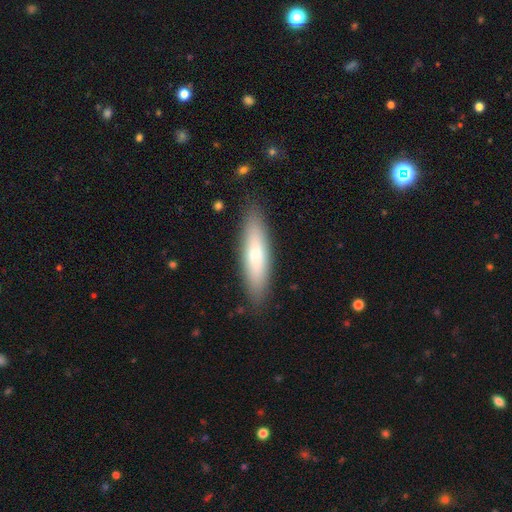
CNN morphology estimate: This is likely a smooth galaxy (67%). How rounded: likely cigar-shaped (71%). Merging: clearly none (88%).